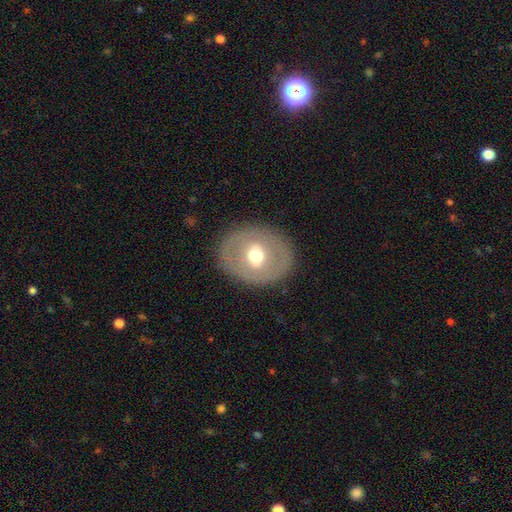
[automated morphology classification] Smooth or featured? Predicted: featured or disk (p=0.47). Merging? Predicted: none (p=0.85).